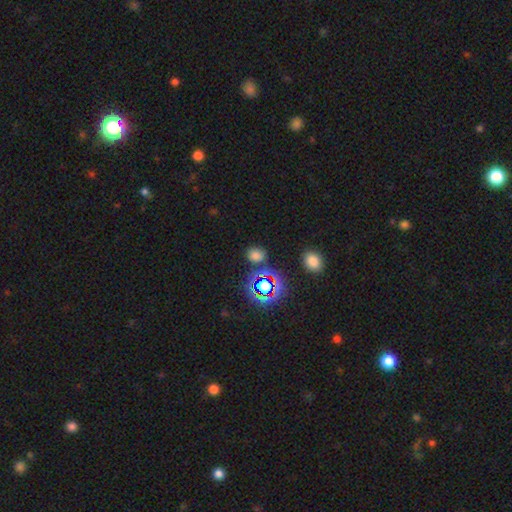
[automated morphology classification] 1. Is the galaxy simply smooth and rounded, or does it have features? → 67% smooth, 28% star or artifact, 5% featured or disk.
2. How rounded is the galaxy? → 58% round, 40% in between, 1% cigar-shaped.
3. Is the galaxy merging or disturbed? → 79% none, 11% minor disturbance, 6% merger, 4% major disturbance.